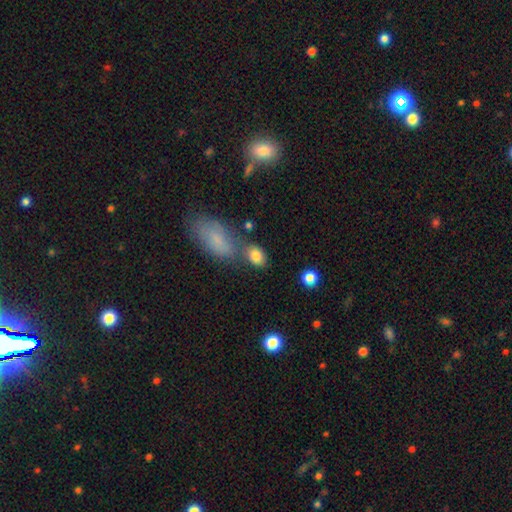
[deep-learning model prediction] Smooth or featured? Predicted: smooth (p=0.83). How rounded? Predicted: in between (p=0.80). Merging? Predicted: none (p=0.57).